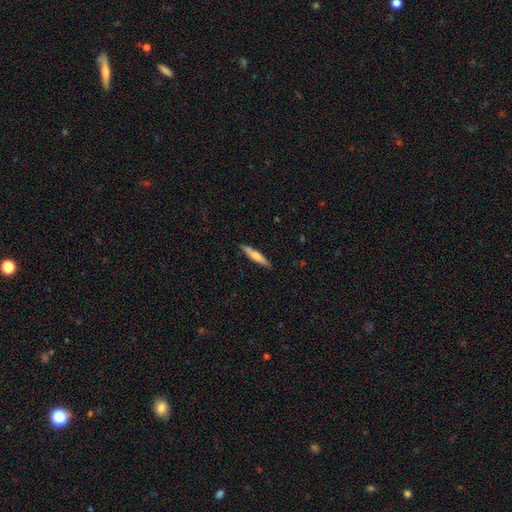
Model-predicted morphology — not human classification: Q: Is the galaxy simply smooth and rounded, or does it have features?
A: smooth — 59%.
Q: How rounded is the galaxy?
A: cigar-shaped — 90%.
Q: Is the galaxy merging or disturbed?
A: none — 85%.